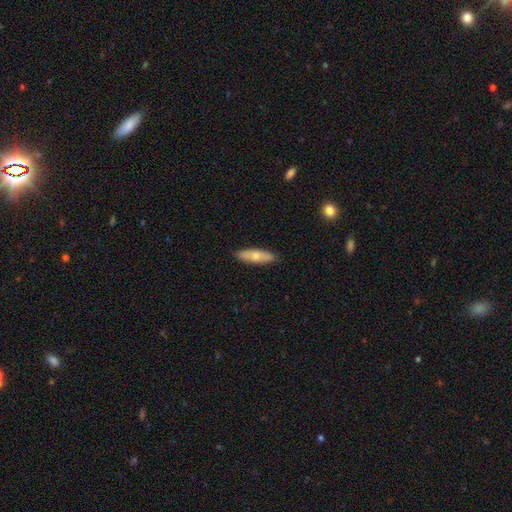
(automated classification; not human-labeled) smooth_or_featured: smooth (p=0.66) [alt: featured or disk p=0.28]
how_rounded: cigar-shaped (p=0.49) [tied with: in between p=0.49]
merging: none (p=0.87) [alt: minor disturbance p=0.10]